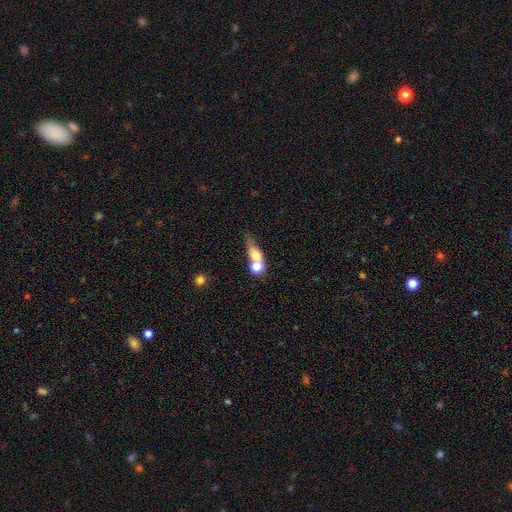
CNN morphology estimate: The model was most divided on "how rounded": in between: 42%, round: 39%, cigar-shaped: 19%. More confident: smooth or featured — smooth (64%); merging — merger (55%).